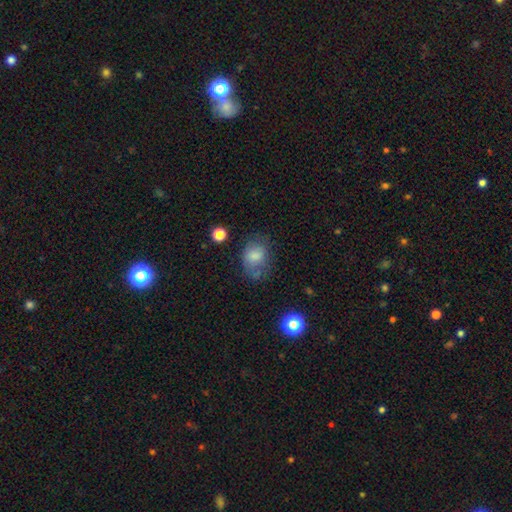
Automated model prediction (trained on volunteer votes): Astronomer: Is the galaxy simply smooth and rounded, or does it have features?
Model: smooth — 70%.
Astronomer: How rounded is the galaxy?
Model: in between — 61% (runner-up: round, 38%).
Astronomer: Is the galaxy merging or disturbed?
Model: none — 54%.